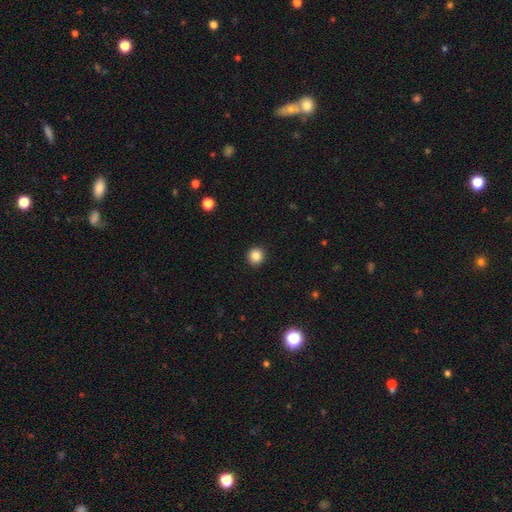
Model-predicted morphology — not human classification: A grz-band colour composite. It shows a smooth galaxy with no disk features (85%) that is round (91%). Merging: none (93%).